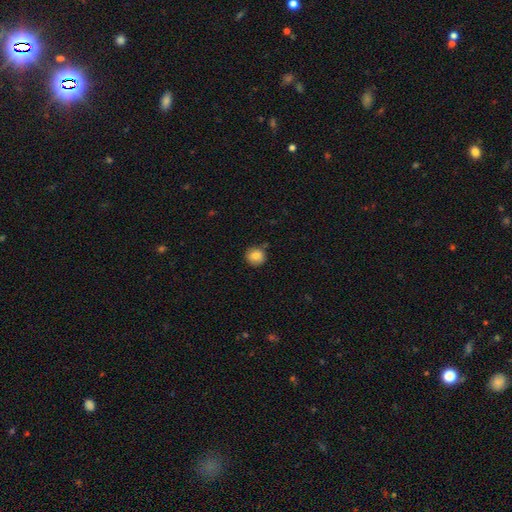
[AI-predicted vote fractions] smooth-or-featured: smooth: 83% | star or artifact: 9% | featured or disk: 8%
  how-rounded: round: 89% | in between: 10% | cigar-shaped: 1%
  merging: none: 81% | minor disturbance: 14% | merger: 3% | major disturbance: 2%